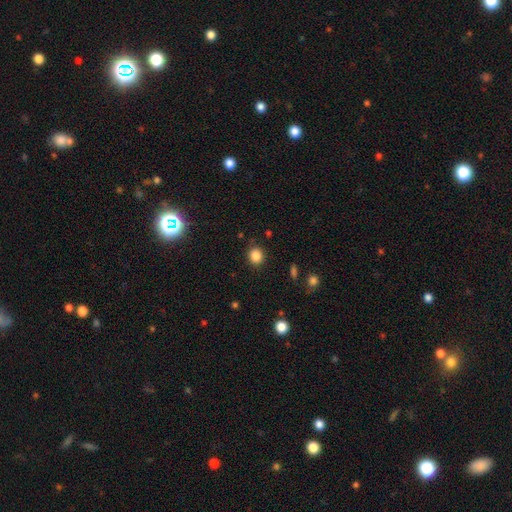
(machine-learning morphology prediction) The model was most divided on "how rounded": round: 80%, in between: 19%, cigar-shaped: 1%. More confident: merging — none (87%); smooth or featured — smooth (85%).